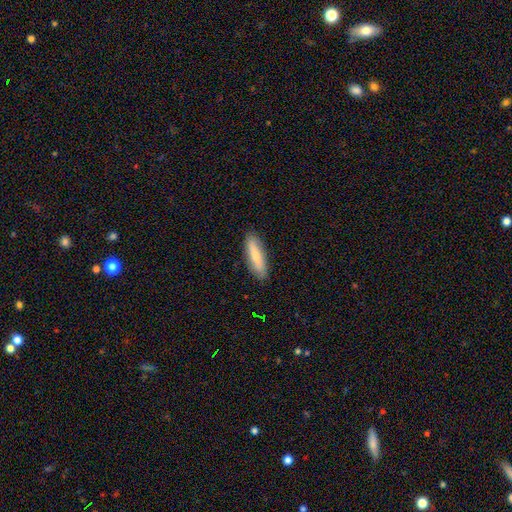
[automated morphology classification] Smooth or featured?
  - smooth: 74% *
  - featured or disk: 20%
  - star or artifact: 6%
How rounded?
  - cigar-shaped: 63% *
  - in between: 35%
  - round: 2%
Merging?
  - none: 88% *
  - minor disturbance: 9%
  - major disturbance: 2%
  - merger: 1%